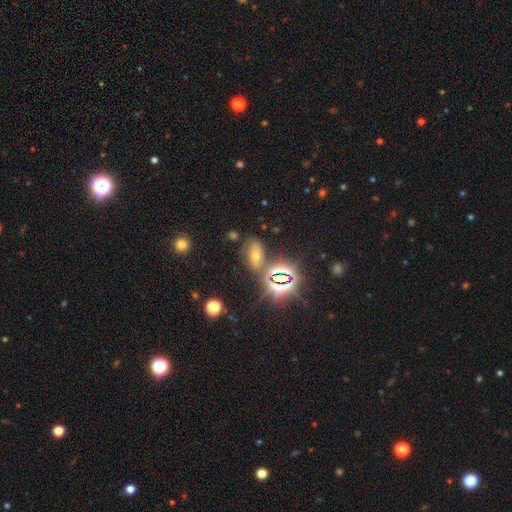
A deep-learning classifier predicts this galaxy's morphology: smooth_or_featured: star or artifact (p=0.45) [alt: smooth p=0.37]